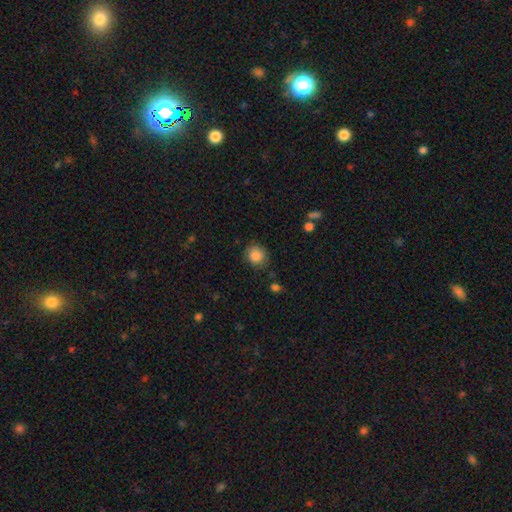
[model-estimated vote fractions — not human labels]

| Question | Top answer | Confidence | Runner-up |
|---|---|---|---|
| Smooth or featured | smooth | 87% | star or artifact (9%) |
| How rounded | round | 85% | in between (14%) |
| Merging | none | 80% | minor disturbance (14%) |